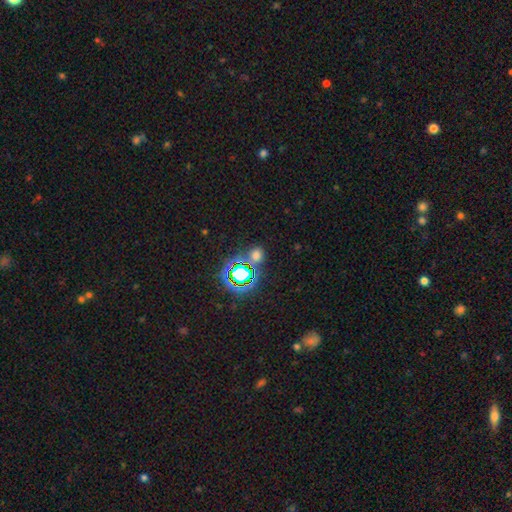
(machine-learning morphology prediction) type=smooth (53%); roundness=round (72%); merging=none (71%).